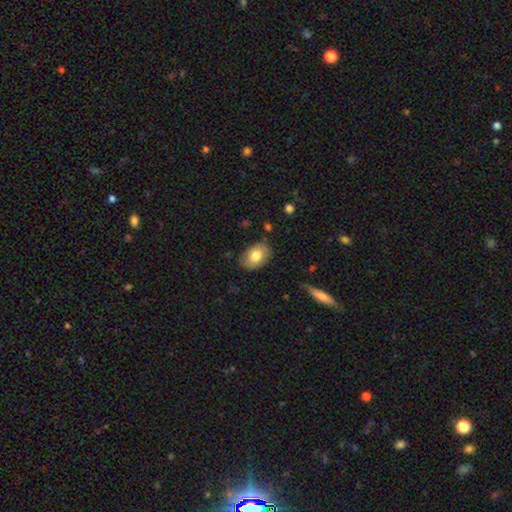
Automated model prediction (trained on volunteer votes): Smooth or featured? smooth (79%)
How rounded? in between (82%)
Merging? none (82%)